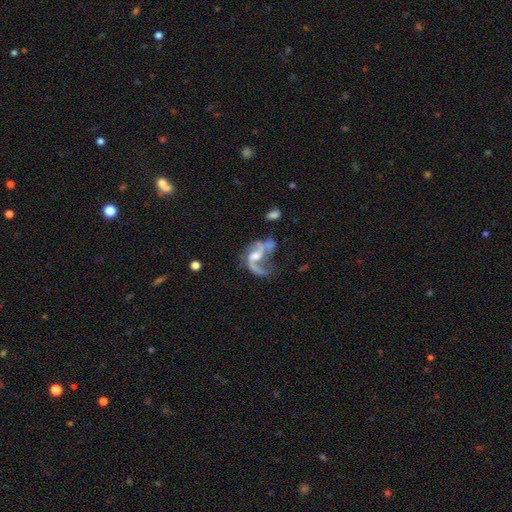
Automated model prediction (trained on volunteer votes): The model was most divided on "bar": no: 43%, weak: 41%, strong: 16%. Remaining: edge-on disk — no (97%); spiral arms — yes (82%); smooth or featured — featured or disk (78%); spiral winding — loose (72%); spiral arm count — 2 (66%); bulge size — moderate (41%); merging — major disturbance (39%).